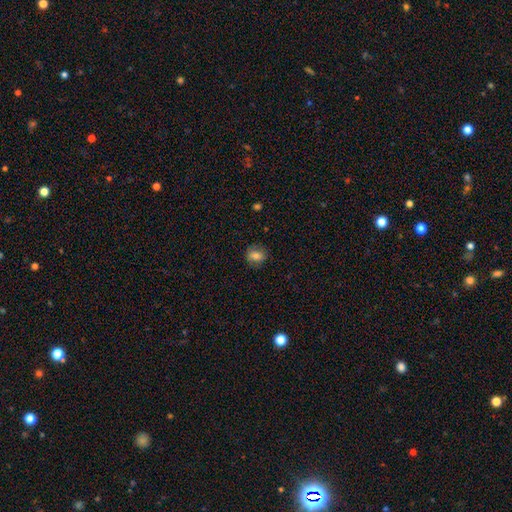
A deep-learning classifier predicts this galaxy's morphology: A smooth galaxy with no disk features (73%) that is round (62%).

Vote fractions:
- Smooth or featured? smooth: 73% / featured or disk: 17% / star or artifact: 10%
- How rounded? round: 62% / in between: 37% / cigar-shaped: 1%
- Merging? none: 79% / minor disturbance: 15% / major disturbance: 4% / merger: 1%